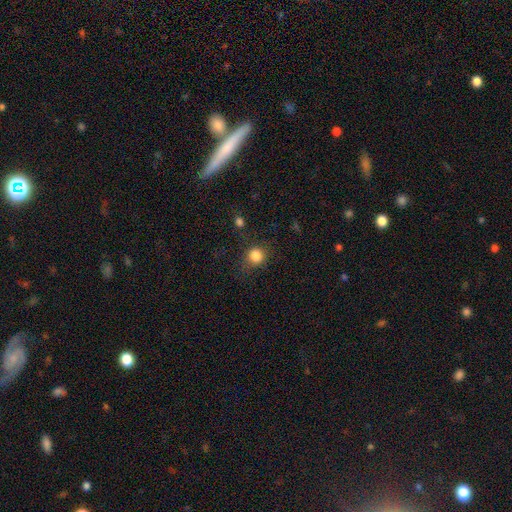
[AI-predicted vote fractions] Smooth or featured: smooth — 84% (star or artifact — 11%)
How rounded: round — 88% (in between — 11%)
Merging: none — 74% (minor disturbance — 15%)